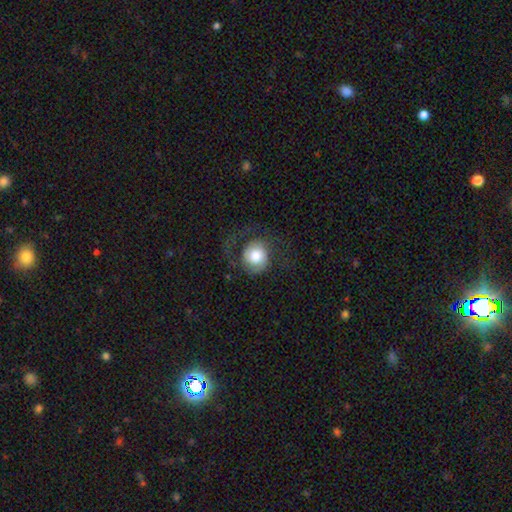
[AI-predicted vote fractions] A smooth galaxy with no disk features (51%) that is round (83%).

Vote fractions:
- Smooth or featured? smooth: 51% / featured or disk: 41% / star or artifact: 8%
- How rounded? round: 83% / in between: 16% / cigar-shaped: 1%
- Merging? none: 55% / major disturbance: 26% / minor disturbance: 17% / merger: 1%